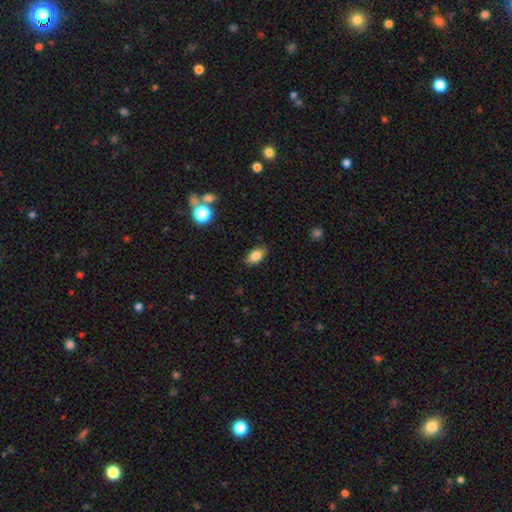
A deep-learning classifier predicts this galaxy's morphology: This appears to be a smooth galaxy with no disk features (84%) that is in between round and cigar-shaped (88%). Merging: none (85%).